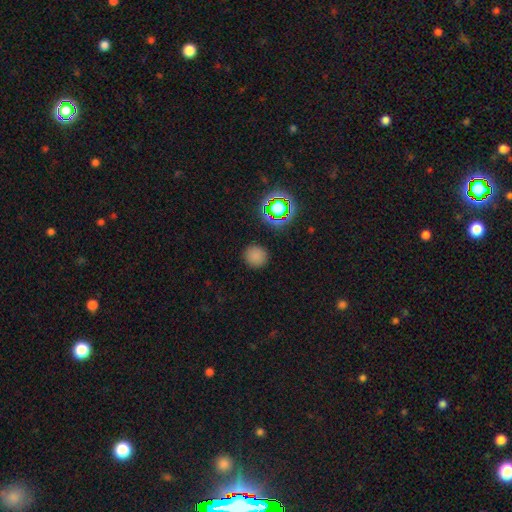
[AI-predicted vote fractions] This is likely a smooth galaxy (76%). How rounded: clearly round (91%). Merging: clearly none (89%).